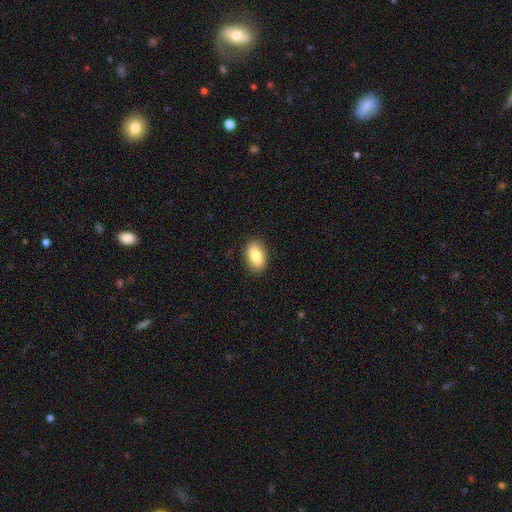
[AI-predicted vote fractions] A smooth galaxy with no disk features (82%) that is in between round and cigar-shaped (90%). Merging: none (87%).